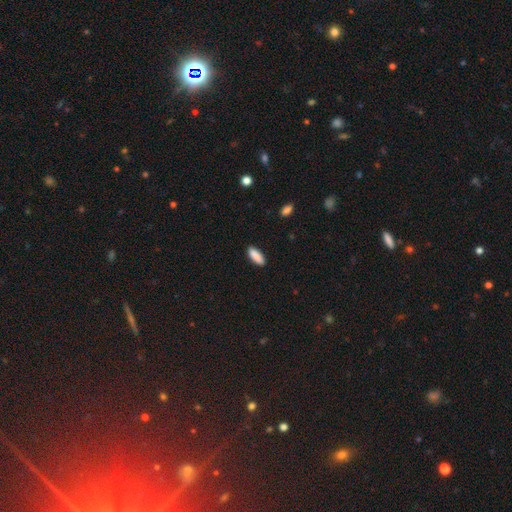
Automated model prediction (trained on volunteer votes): Smooth or featured: smooth — 89% (star or artifact — 6%)
How rounded: in between — 66% (cigar-shaped — 32%)
Merging: none — 88% (minor disturbance — 9%)